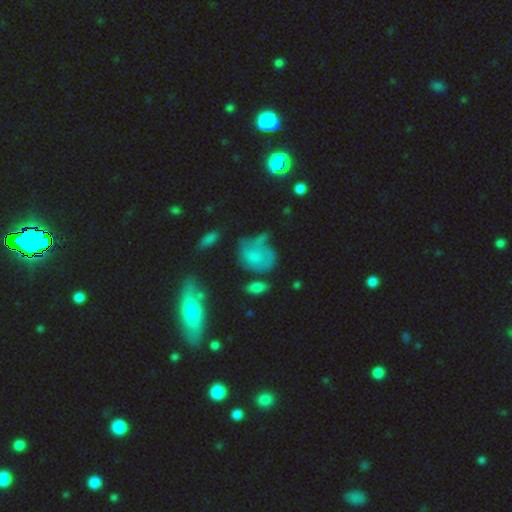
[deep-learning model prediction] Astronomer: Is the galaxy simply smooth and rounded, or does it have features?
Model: smooth — 49% (runner-up: featured or disk, 39%).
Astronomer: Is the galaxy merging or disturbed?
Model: none — 34% (runner-up: major disturbance, 29%).